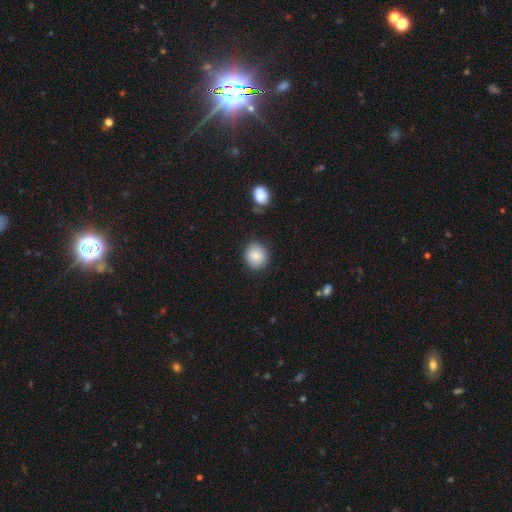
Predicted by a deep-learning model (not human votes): The model was most divided on "how rounded": round: 83%, in between: 16%, cigar-shaped: 1%. More confident: merging — none (85%); smooth or featured — smooth (84%).